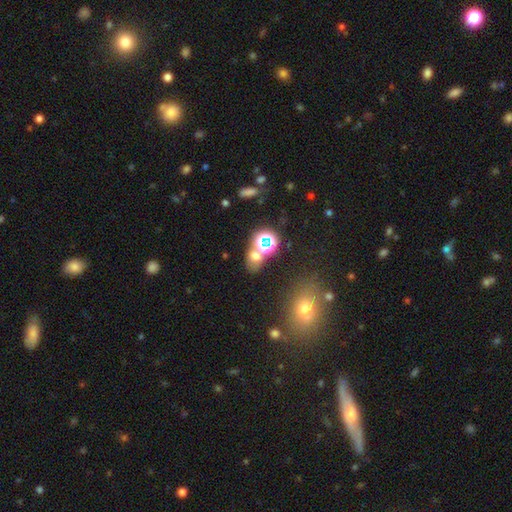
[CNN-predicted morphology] A smooth galaxy with no disk features (52%) that is in between round and cigar-shaped (55%). Merging: none (52%).